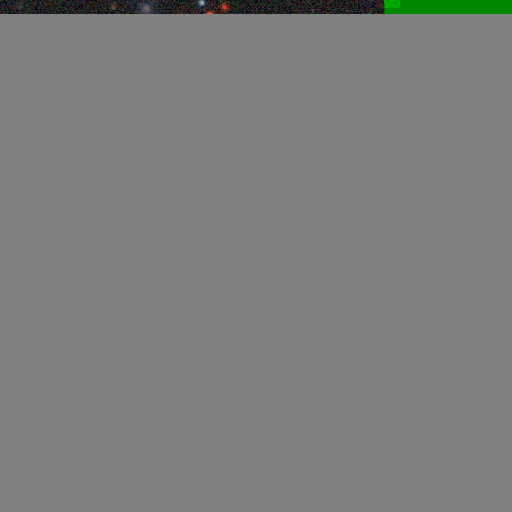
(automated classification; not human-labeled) Smooth or featured?
  - smooth: 61% *
  - star or artifact: 26%
  - featured or disk: 13%
How rounded?
  - in between: 79% *
  - cigar-shaped: 13%
  - round: 7%
Merging?
  - none: 80% *
  - minor disturbance: 10%
  - merger: 6%
  - major disturbance: 4%